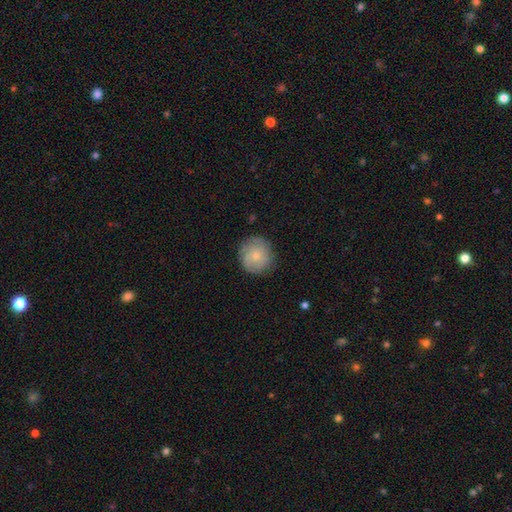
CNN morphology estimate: This is possibly a smooth galaxy (57%). How rounded: clearly round (92%). Merging: likely none (80%).